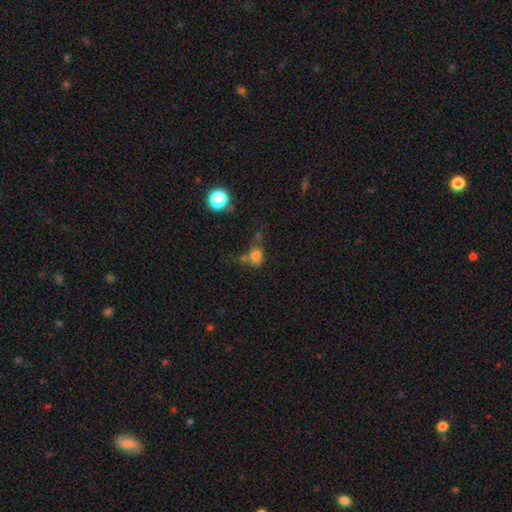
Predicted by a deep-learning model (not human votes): Smooth or featured: smooth — 76% (star or artifact — 16%)
How rounded: round — 58% (in between — 40%)
Merging: none — 49% (merger — 24%)